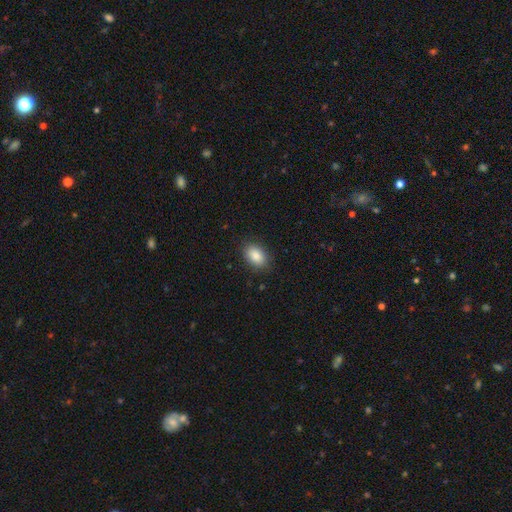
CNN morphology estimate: The model was most divided on "how rounded": in between: 86%, round: 13%, cigar-shaped: 1%. More confident: smooth or featured — smooth (87%); merging — none (87%).